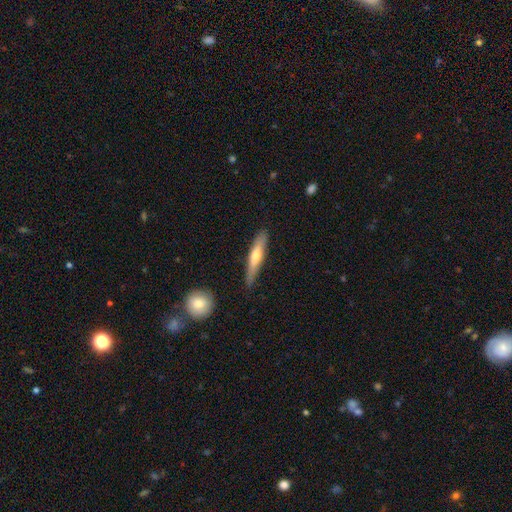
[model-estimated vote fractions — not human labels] Morphology: type=smooth (53%); roundness=cigar-shaped (88%); merging=none (82%).